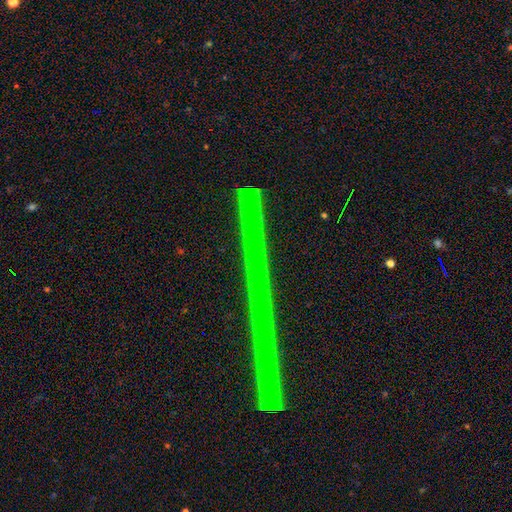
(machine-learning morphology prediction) A star or artifact, not a galaxy (54%).

Vote fractions:
- Smooth or featured? star or artifact: 54% / featured or disk: 29% / smooth: 17%